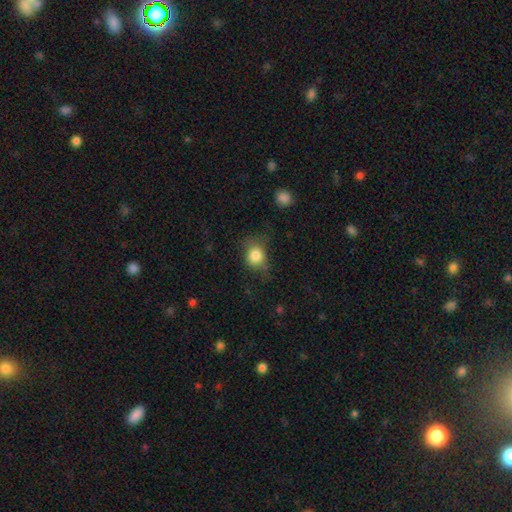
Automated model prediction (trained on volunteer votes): Q: Smooth or featured?
A: smooth (81%); runner-up: star or artifact (10%)
Q: How rounded?
A: round (67%); runner-up: in between (32%)
Q: Merging?
A: none (55%); runner-up: minor disturbance (29%)